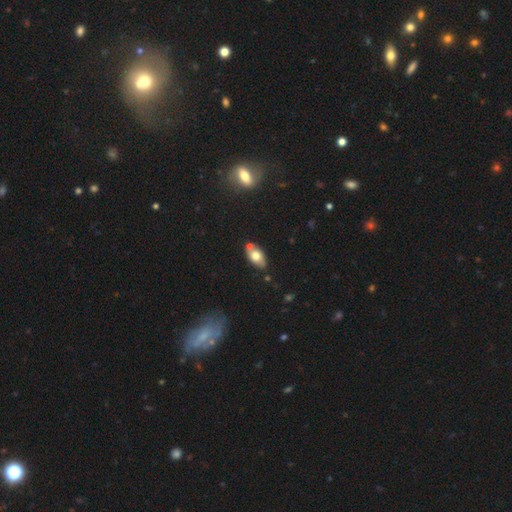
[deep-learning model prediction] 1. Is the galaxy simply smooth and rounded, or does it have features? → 69% smooth, 23% featured or disk, 8% star or artifact.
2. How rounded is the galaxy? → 89% in between, 6% round, 4% cigar-shaped.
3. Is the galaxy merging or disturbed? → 68% none, 15% merger, 14% minor disturbance, 3% major disturbance.